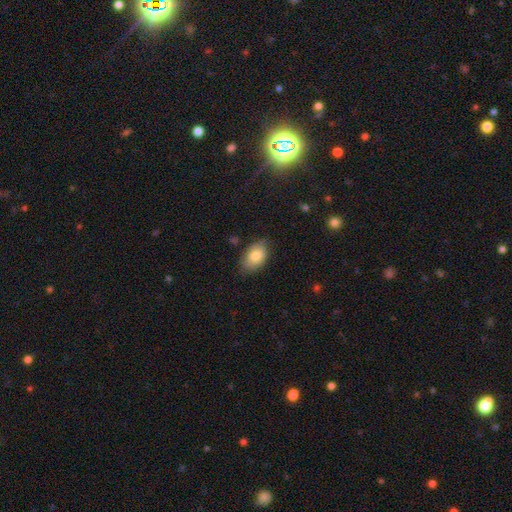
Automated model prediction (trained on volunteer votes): Smooth or featured?
  - smooth: 78% *
  - featured or disk: 14%
  - star or artifact: 7%
How rounded?
  - in between: 88% *
  - round: 11%
  - cigar-shaped: 1%
Merging?
  - none: 74% *
  - minor disturbance: 21%
  - major disturbance: 4%
  - merger: 1%